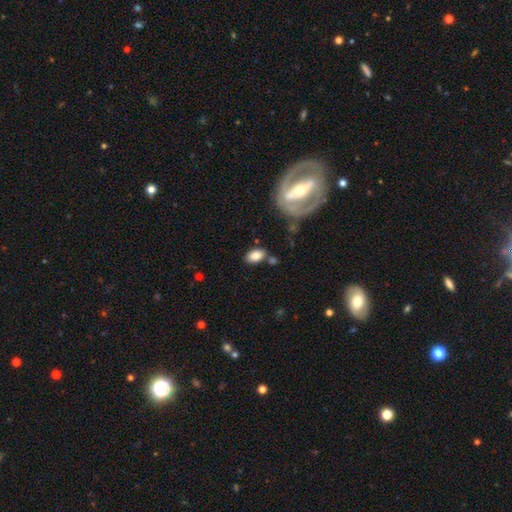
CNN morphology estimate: Smooth or featured? Predicted: smooth (p=0.82). How rounded? Predicted: in between (p=0.89). Merging? Predicted: none (p=0.73).